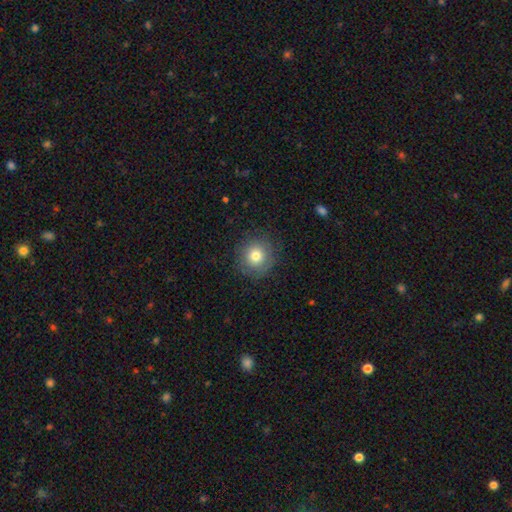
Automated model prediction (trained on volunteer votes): Smooth or featured? smooth (75%)
How rounded? round (92%)
Merging? none (84%)